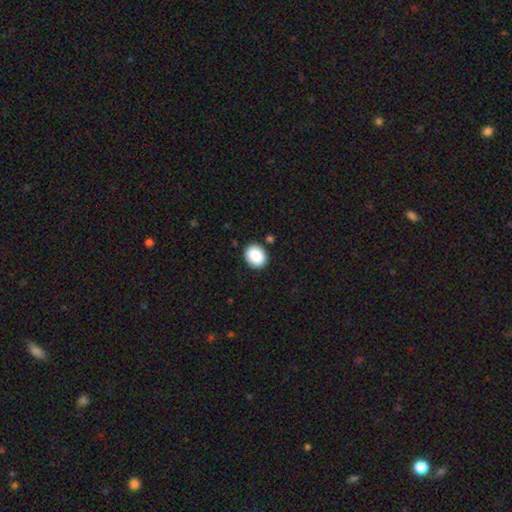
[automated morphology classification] smooth-or-featured: smooth: 89% | star or artifact: 8% | featured or disk: 4%
  how-rounded: round: 52% | in between: 47% | cigar-shaped: 1%
  merging: none: 88% | minor disturbance: 8% | major disturbance: 2% | merger: 2%